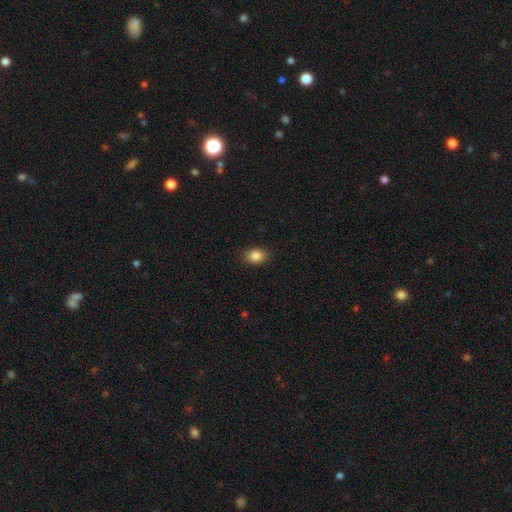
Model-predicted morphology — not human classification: smooth 87%, star or artifact 9%, featured or disk 4%. Down the decision tree: how rounded — in between (69%); merging — none (87%).